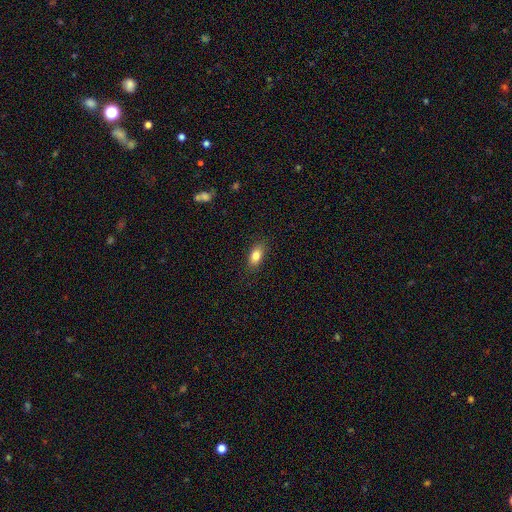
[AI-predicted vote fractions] Q: Smooth or featured?
A: smooth (83%); runner-up: featured or disk (9%)
Q: How rounded?
A: in between (87%); runner-up: round (8%)
Q: Merging?
A: none (86%); runner-up: minor disturbance (10%)